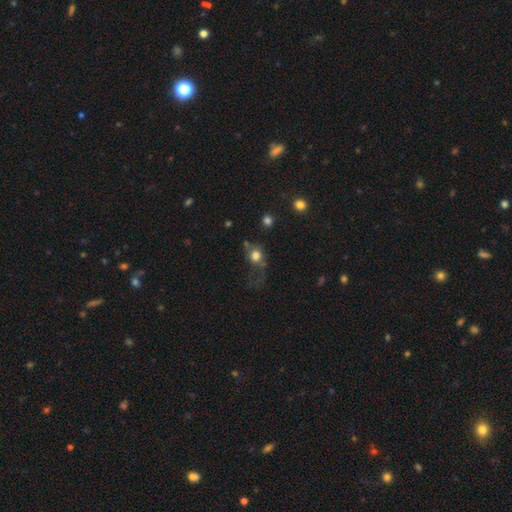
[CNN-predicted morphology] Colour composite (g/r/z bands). It shows a smooth galaxy with no disk features (74%) that is round (72%). Merging: major disturbance (40%).